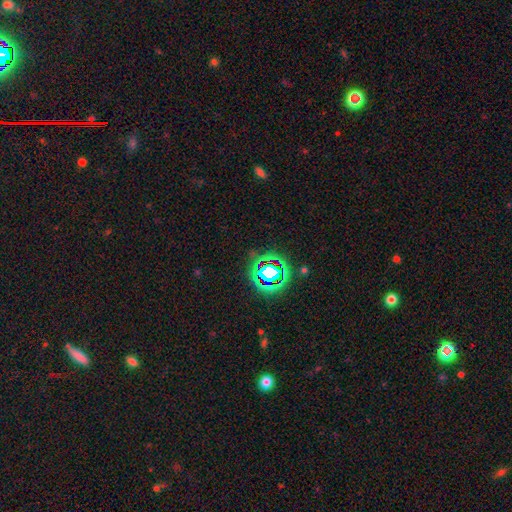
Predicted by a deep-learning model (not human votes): smooth-or-featured: star or artifact: 77% | smooth: 14% | featured or disk: 9%